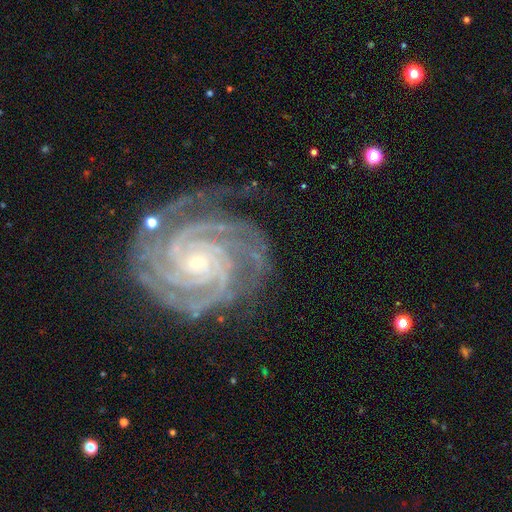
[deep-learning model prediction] This appears to be a featured or disk galaxy (92%) with no bar (65%), 4 (32%) tight (82%) spiral arms (99%) and a small central bulge (79%). Merging: none (73%).